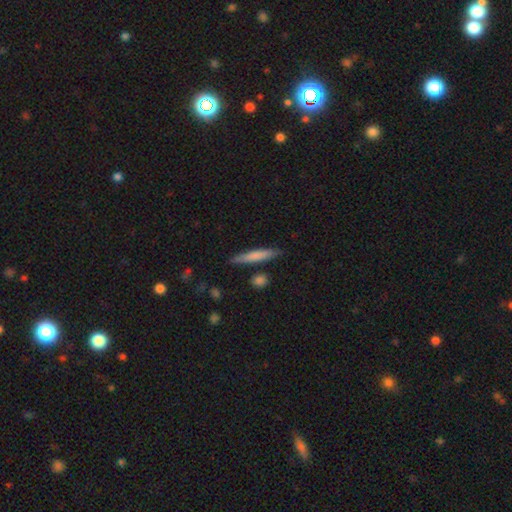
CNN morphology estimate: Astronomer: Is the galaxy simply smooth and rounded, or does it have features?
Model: smooth — 70%.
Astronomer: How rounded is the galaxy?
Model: cigar-shaped — 93%.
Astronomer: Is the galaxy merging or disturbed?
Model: none — 84%.